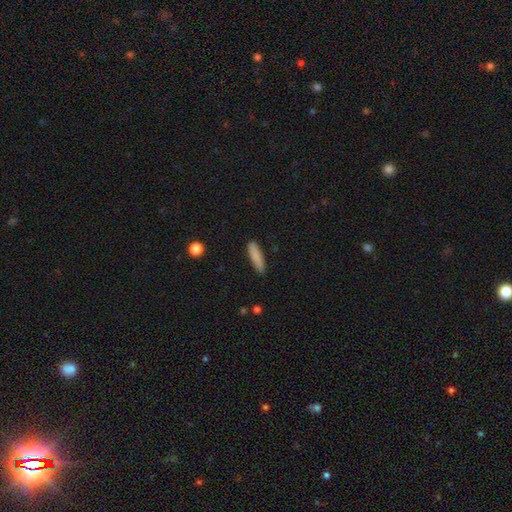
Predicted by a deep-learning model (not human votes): smooth-or-featured: smooth: 85% | featured or disk: 8% | star or artifact: 7%
  how-rounded: cigar-shaped: 73% | in between: 25% | round: 2%
  merging: none: 84% | minor disturbance: 13% | major disturbance: 2% | merger: 1%